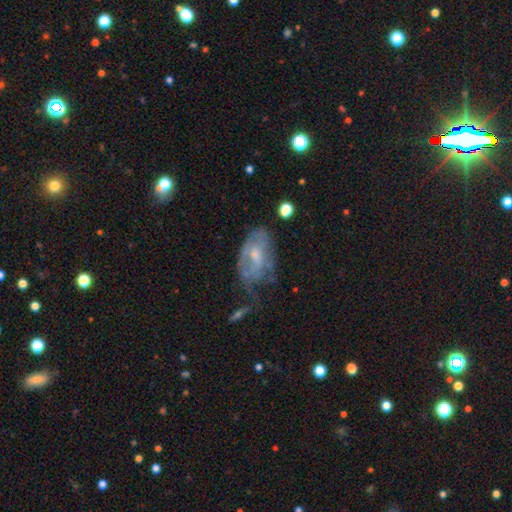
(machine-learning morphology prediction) type=featured or disk (58%); edge-on=no (94%); bar=no (63%); spiral arms=no (52%); bulge=small (48%); merging=none (38%).